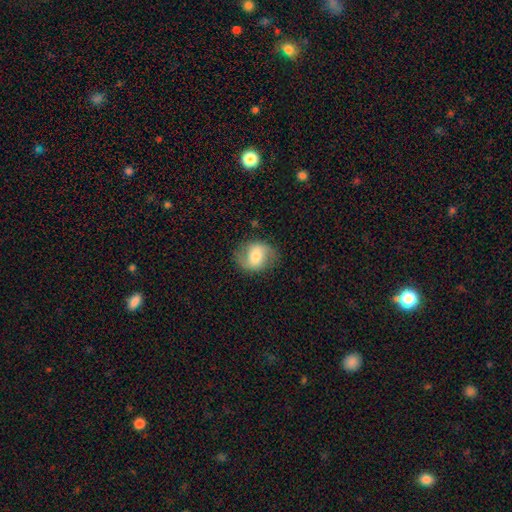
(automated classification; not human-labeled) Smooth or featured?
  - smooth: 49% *
  - featured or disk: 43%
  - star or artifact: 8%
Merging?
  - none: 78% *
  - minor disturbance: 15%
  - major disturbance: 6%
  - merger: 1%